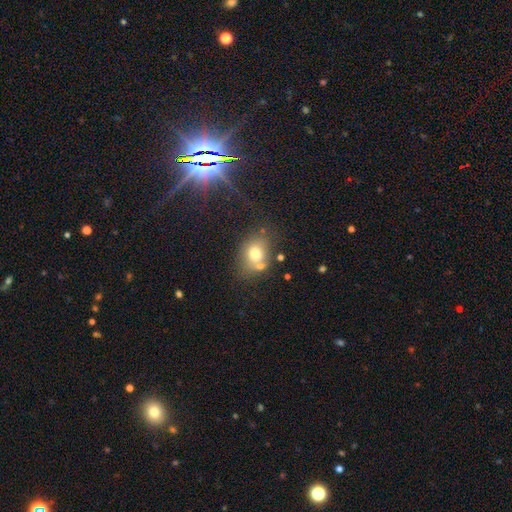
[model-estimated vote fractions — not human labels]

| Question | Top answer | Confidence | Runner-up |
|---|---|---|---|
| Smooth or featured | smooth | 68% | featured or disk (16%) |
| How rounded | round | 50% | in between (48%) |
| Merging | none | 57% | merger (22%) |